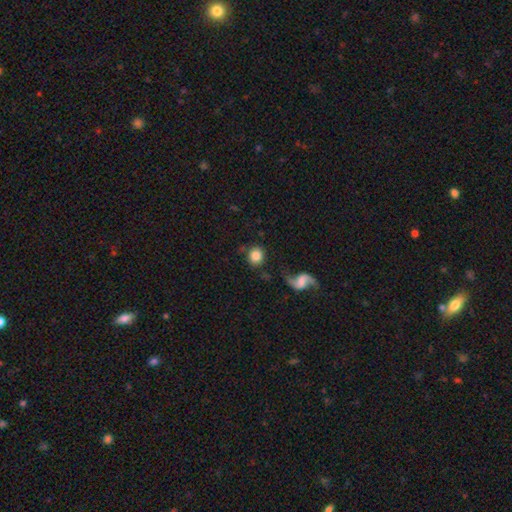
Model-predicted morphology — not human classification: A smooth galaxy with no disk features (78%) that is round (87%). Merging: none (77%).